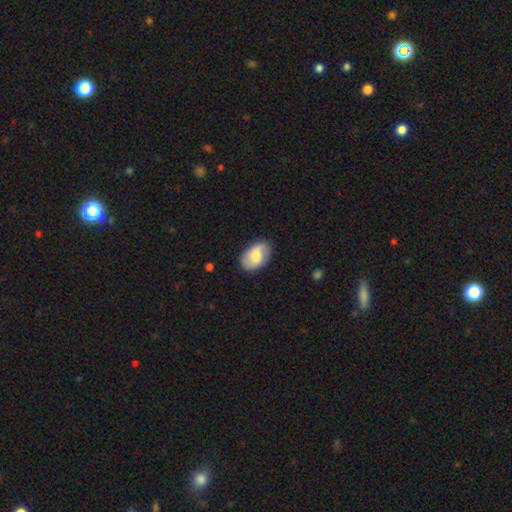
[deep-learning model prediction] A smooth galaxy with no disk features (55%) that is in between round and cigar-shaped (89%). Merging: none (80%).